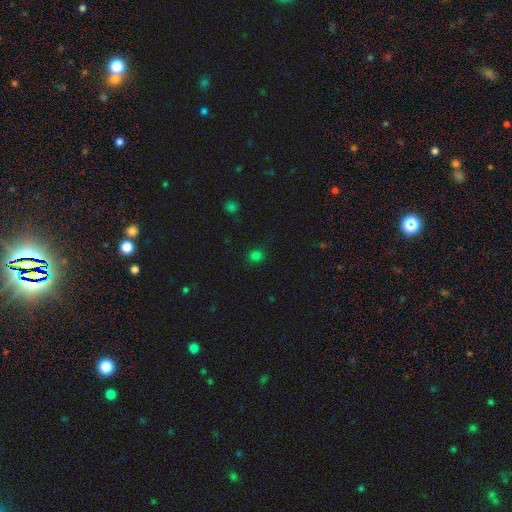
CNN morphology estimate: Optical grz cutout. It shows a smooth galaxy with no disk features (76%) that is round (75%). Merging: none (83%).